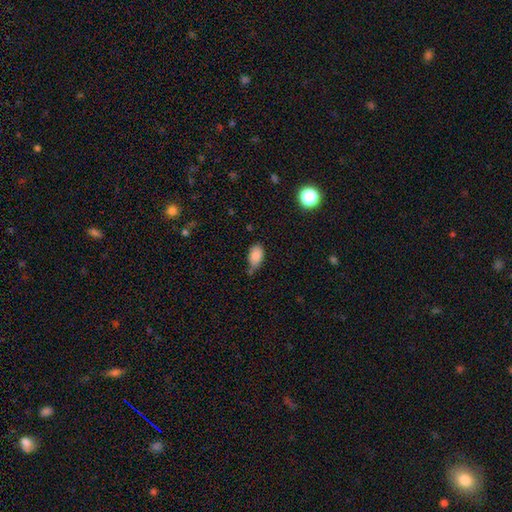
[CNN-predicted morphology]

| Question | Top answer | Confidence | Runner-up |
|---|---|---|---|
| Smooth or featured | smooth | 85% | star or artifact (9%) |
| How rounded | in between | 90% | round (8%) |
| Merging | none | 49% | minor disturbance (36%) |